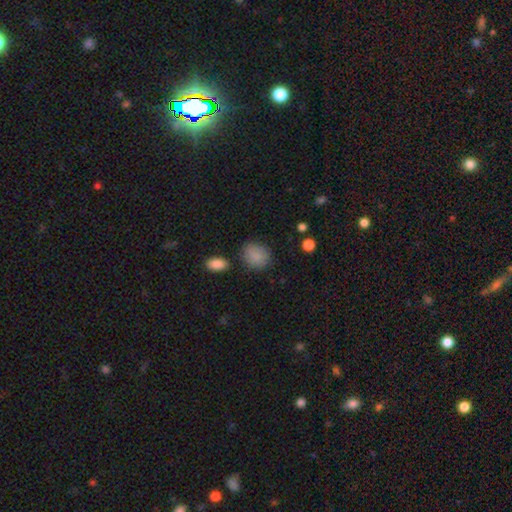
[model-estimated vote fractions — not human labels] Morphology: type=smooth (88%); roundness=round (60%); merging=none (78%).